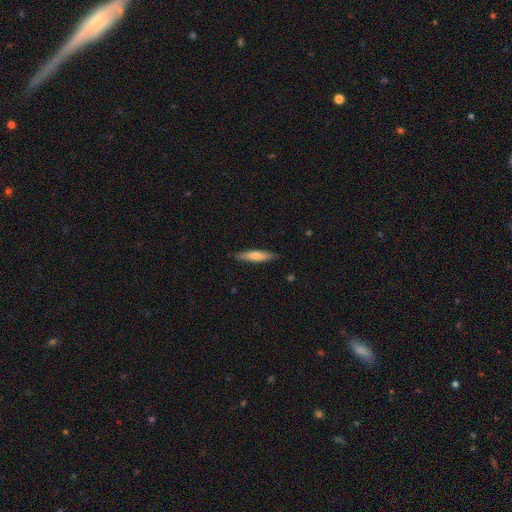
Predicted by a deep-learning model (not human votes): Overall: smooth (63%; featured or disk 31%). How rounded: cigar-shaped (85%). Merging: none (87%).